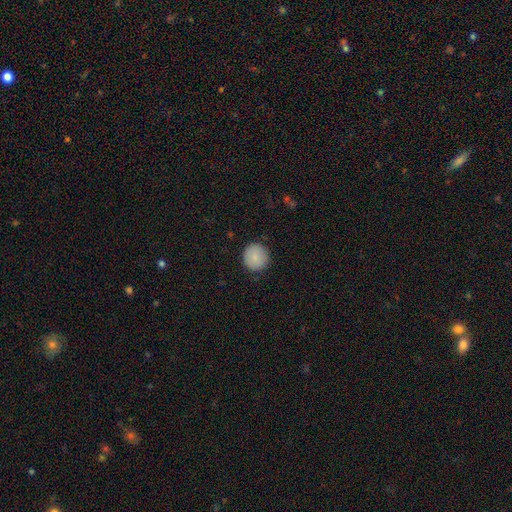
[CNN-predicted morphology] type=smooth (87%); roundness=round (94%); merging=none (90%).